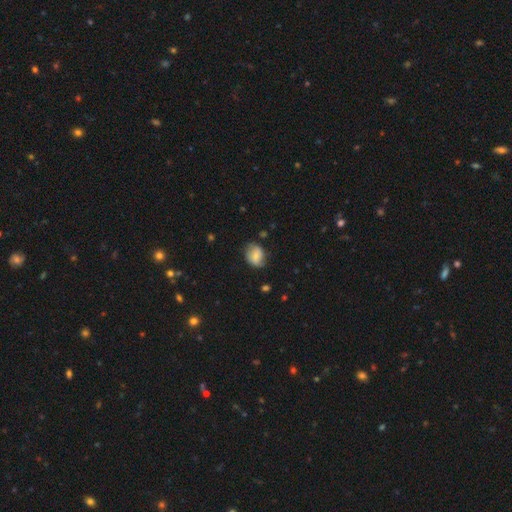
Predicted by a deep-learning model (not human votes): Q: Smooth or featured?
A: smooth (72%); runner-up: featured or disk (20%)
Q: How rounded?
A: in between (57%); runner-up: round (42%)
Q: Merging?
A: none (65%); runner-up: minor disturbance (26%)